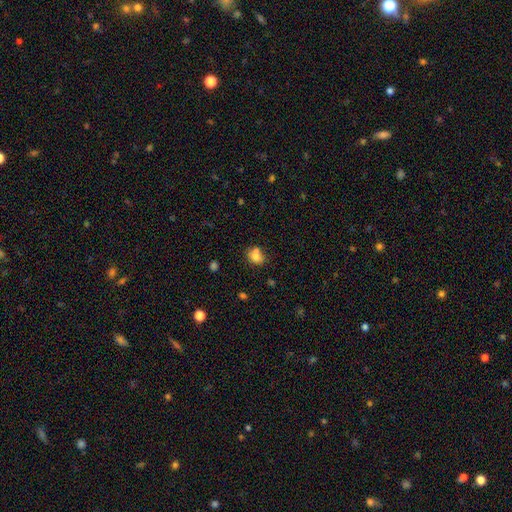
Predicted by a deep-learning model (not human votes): Q: Smooth or featured?
A: smooth (74%); runner-up: featured or disk (15%)
Q: How rounded?
A: round (57%); runner-up: in between (42%)
Q: Merging?
A: none (44%); runner-up: merger (36%)